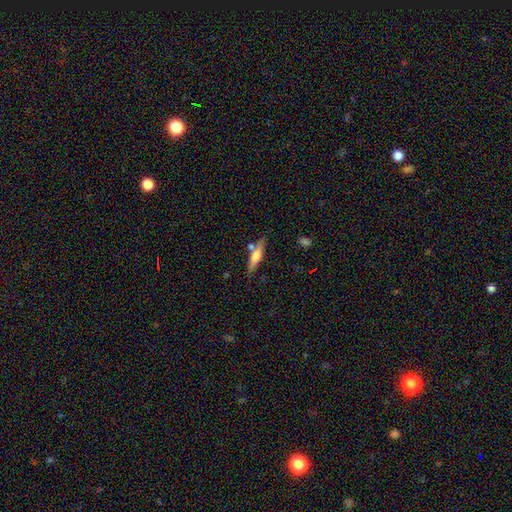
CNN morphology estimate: Smooth or featured?
  - smooth: 53% *
  - featured or disk: 41%
  - star or artifact: 6%
How rounded?
  - cigar-shaped: 74% *
  - in between: 24%
  - round: 2%
Merging?
  - none: 72% *
  - minor disturbance: 14%
  - merger: 11%
  - major disturbance: 3%